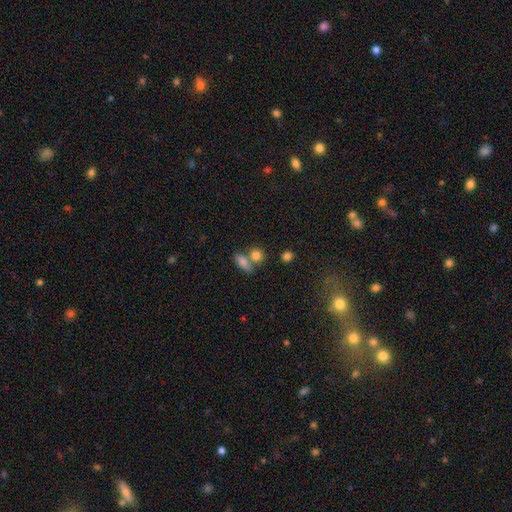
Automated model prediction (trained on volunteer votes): Q: Smooth or featured?
A: smooth (82%); runner-up: star or artifact (10%)
Q: How rounded?
A: round (55%); runner-up: in between (42%)
Q: Merging?
A: none (47%); runner-up: merger (39%)